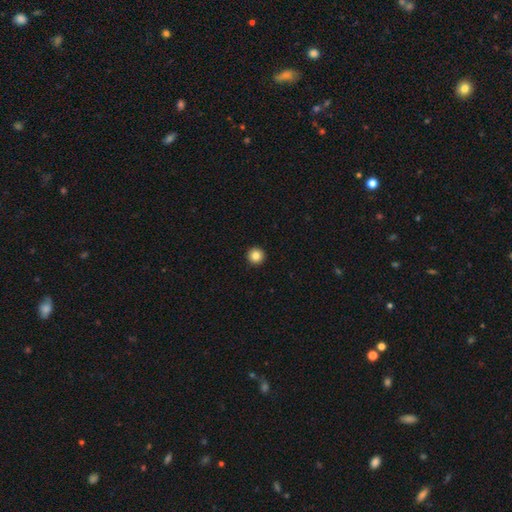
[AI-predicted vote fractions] Smooth or featured?
  - smooth: 84% *
  - star or artifact: 10%
  - featured or disk: 6%
How rounded?
  - round: 97% *
  - in between: 2%
  - cigar-shaped: 1%
Merging?
  - none: 94% *
  - minor disturbance: 3%
  - major disturbance: 1%
  - merger: 1%